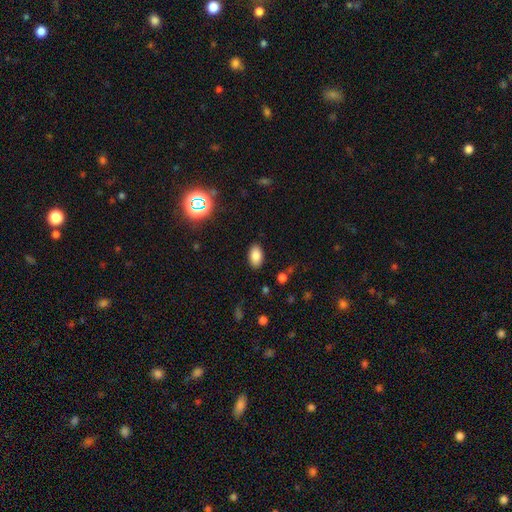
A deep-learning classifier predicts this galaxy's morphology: type=smooth (84%); roundness=in between (93%); merging=none (87%).